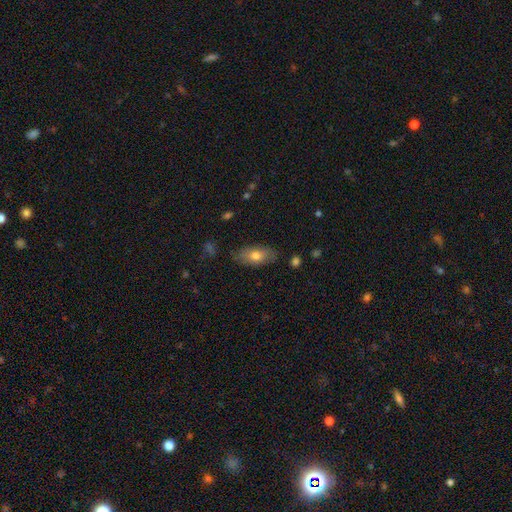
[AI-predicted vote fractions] Q: Smooth or featured?
A: smooth (72%); runner-up: featured or disk (21%)
Q: How rounded?
A: in between (87%); runner-up: cigar-shaped (9%)
Q: Merging?
A: none (81%); runner-up: minor disturbance (14%)